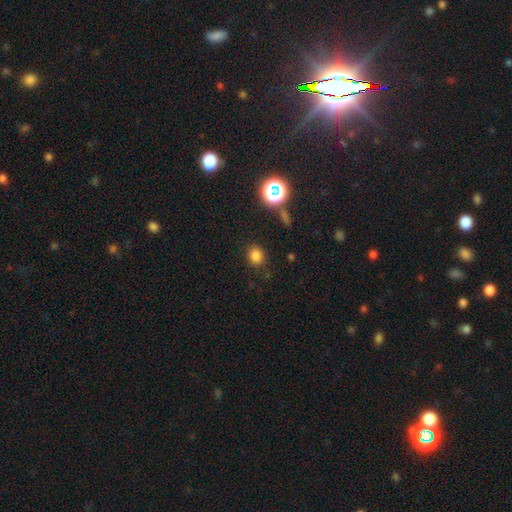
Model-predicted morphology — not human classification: A smooth galaxy with no disk features (78%) that is round (64%).

Vote fractions:
- Smooth or featured? smooth: 78% / star or artifact: 16% / featured or disk: 5%
- How rounded? round: 64% / in between: 35% / cigar-shaped: 1%
- Merging? none: 84% / minor disturbance: 10% / major disturbance: 4% / merger: 2%